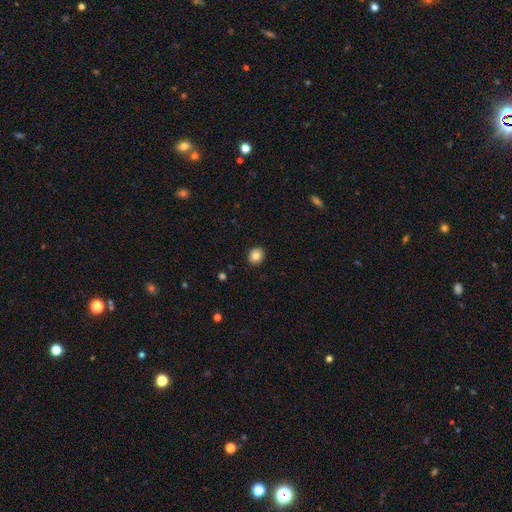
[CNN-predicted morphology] Smooth or featured? Predicted: smooth (p=0.84). How rounded? Predicted: round (p=0.74). Merging? Predicted: none (p=0.92).